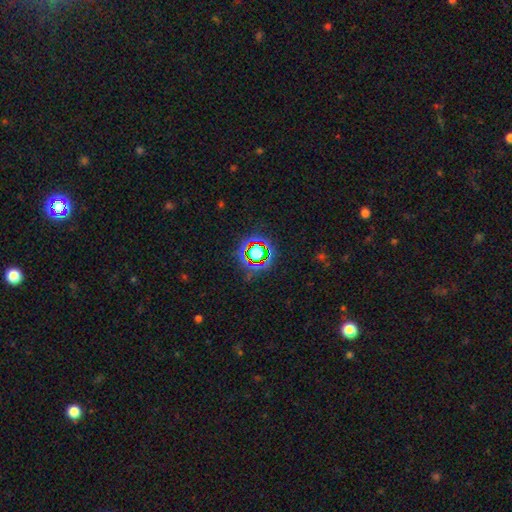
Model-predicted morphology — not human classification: This is likely a star or artifact rather than a galaxy (69%).